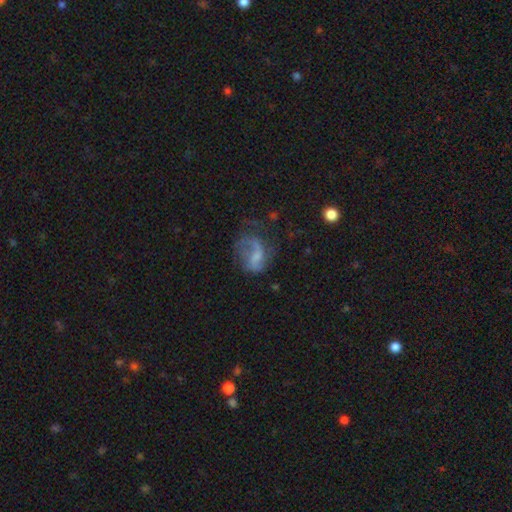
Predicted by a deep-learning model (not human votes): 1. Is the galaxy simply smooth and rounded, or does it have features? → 62% featured or disk, 28% smooth, 10% star or artifact.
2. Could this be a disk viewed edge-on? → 97% no, 3% yes.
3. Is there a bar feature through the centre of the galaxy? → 44% weak (tied), 44% no (tied), 12% strong.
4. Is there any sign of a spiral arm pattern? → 75% yes, 25% no.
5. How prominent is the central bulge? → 36% small, 34% none, 25% moderate, 4% large, 1% dominant.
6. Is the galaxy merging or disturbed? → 37% major disturbance (tied), 37% none (tied), 22% minor disturbance, 4% merger.